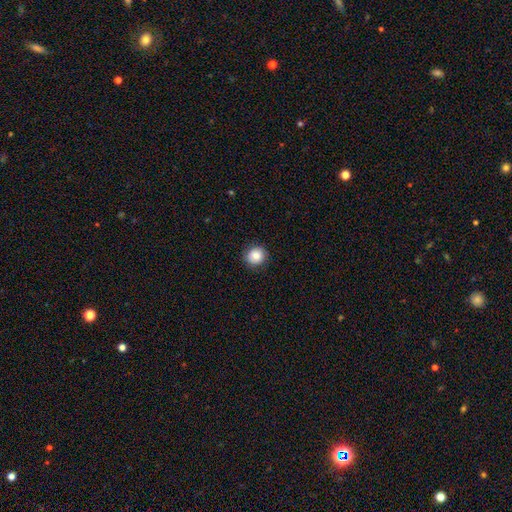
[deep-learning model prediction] Smooth or featured? smooth (84%)
How rounded? round (89%)
Merging? none (89%)